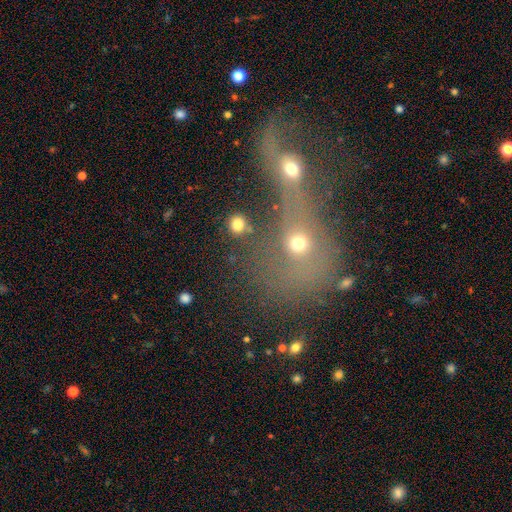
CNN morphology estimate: smooth-or-featured: smooth: 46% | featured or disk: 30% | star or artifact: 25%
  merging: merger: 81% | none: 10% | major disturbance: 6% | minor disturbance: 4%